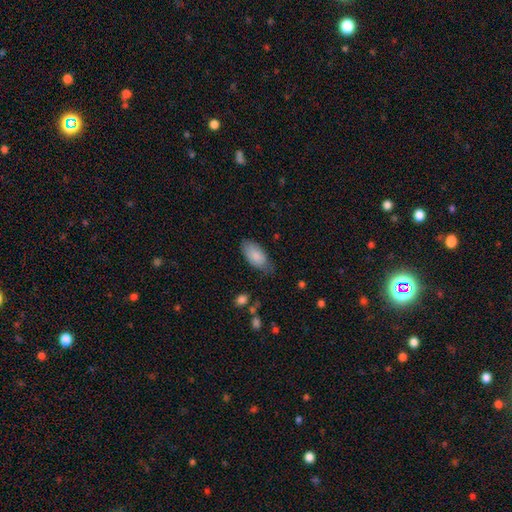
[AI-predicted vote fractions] Smooth or featured? Predicted: smooth (p=0.85). How rounded? Predicted: in between (p=0.93). Merging? Predicted: none (p=0.65).